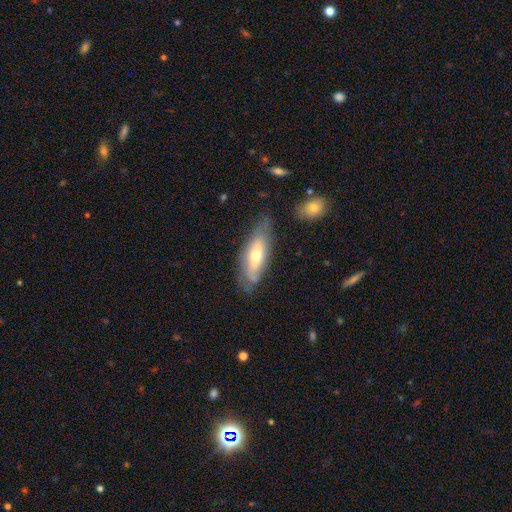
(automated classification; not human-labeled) The model was most divided on "smooth or featured": smooth: 49%, featured or disk: 44%, star or artifact: 7%. More confident: merging — none (70%).